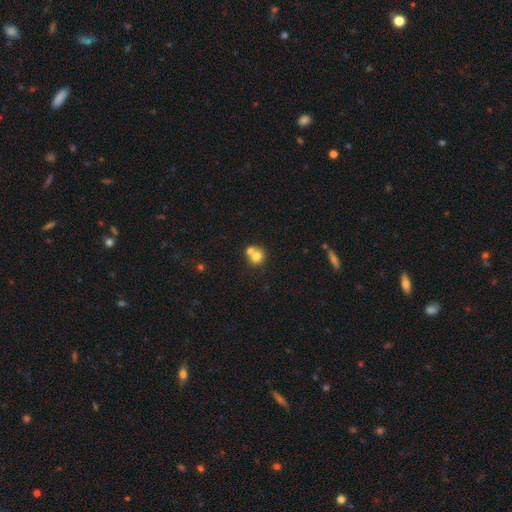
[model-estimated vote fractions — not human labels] This is likely a smooth galaxy (75%). How rounded: clearly round (84%). Merging: possibly merger (51%).